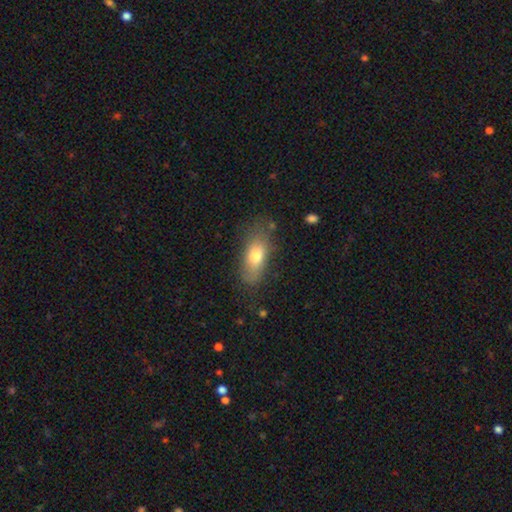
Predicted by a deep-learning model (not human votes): smooth-or-featured: smooth: 74% | featured or disk: 18% | star or artifact: 8%
  how-rounded: in between: 78% | cigar-shaped: 17% | round: 4%
  merging: none: 66% | minor disturbance: 23% | major disturbance: 9% | merger: 3%